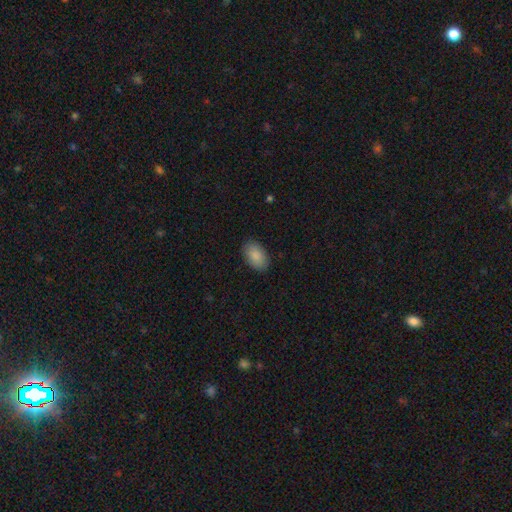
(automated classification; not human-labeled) Smooth or featured?
  - smooth: 88% *
  - star or artifact: 6%
  - featured or disk: 5%
How rounded?
  - in between: 93% *
  - round: 6%
  - cigar-shaped: 1%
Merging?
  - none: 88% *
  - minor disturbance: 9%
  - major disturbance: 2%
  - merger: 1%